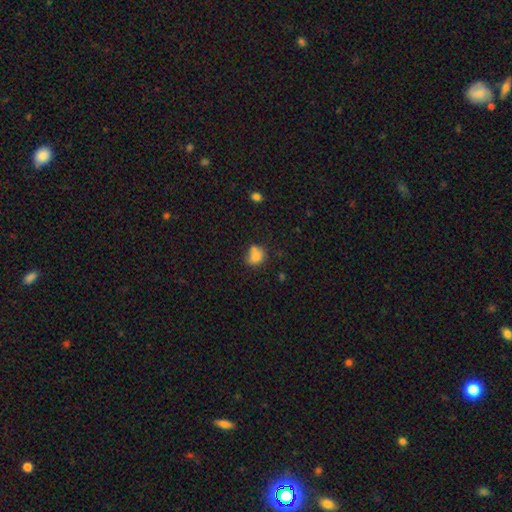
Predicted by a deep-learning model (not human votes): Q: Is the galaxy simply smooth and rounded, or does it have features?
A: smooth — 78%.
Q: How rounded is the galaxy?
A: round — 56%.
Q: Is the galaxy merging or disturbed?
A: none — 51%.